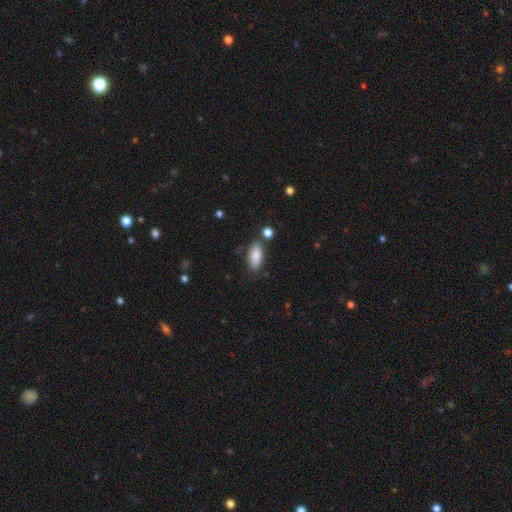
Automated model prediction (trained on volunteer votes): Q: Smooth or featured?
A: smooth (83%); runner-up: featured or disk (10%)
Q: How rounded?
A: in between (82%); runner-up: cigar-shaped (16%)
Q: Merging?
A: none (79%); runner-up: minor disturbance (13%)